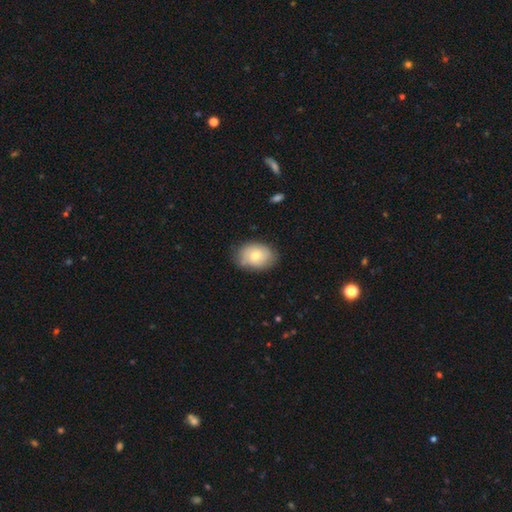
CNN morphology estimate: Smooth or featured? Predicted: smooth (p=0.68). How rounded? Predicted: in between (p=0.74). Merging? Predicted: none (p=0.76).